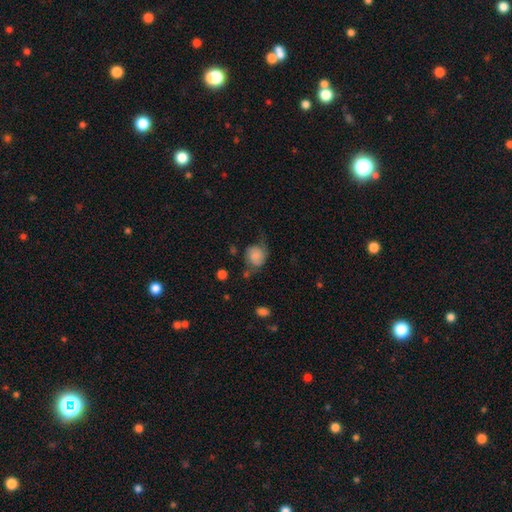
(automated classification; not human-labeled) Smooth or featured? smooth (61%)
How rounded? round (71%)
Merging? none (47%)